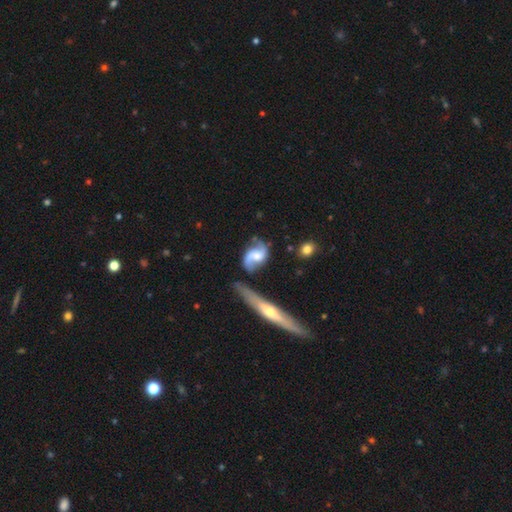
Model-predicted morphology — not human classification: Smooth or featured: featured or disk — 82% (smooth — 13%)
Edge-on disk: no — 95% (yes — 5%)
Bar: no — 47% (weak — 42%)
Spiral arms: yes — 95% (no — 5%)
Spiral winding: loose — 55% (medium — 35%)
Spiral arm count: 2 — 92% (can't tell — 3%)
Bulge size: moderate — 45% (small — 26%)
Merging: none — 63% (minor disturbance — 19%)